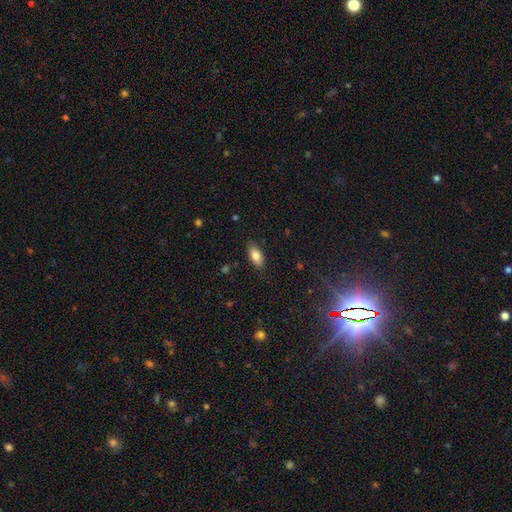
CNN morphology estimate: A smooth galaxy with no disk features (83%) that is in between round and cigar-shaped (90%).

Vote fractions:
- Smooth or featured? smooth: 83% / featured or disk: 9% / star or artifact: 8%
- How rounded? in between: 90% / cigar-shaped: 7% / round: 3%
- Merging? none: 84% / minor disturbance: 12% / major disturbance: 3% / merger: 1%